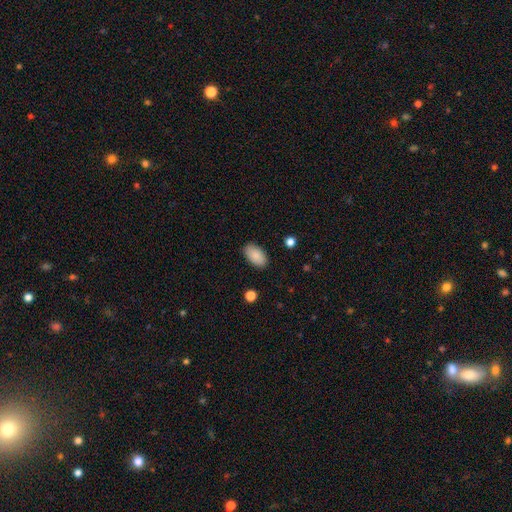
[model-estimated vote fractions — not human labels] Smooth or featured: smooth — 89% (star or artifact — 7%)
How rounded: in between — 95% (round — 4%)
Merging: none — 87% (minor disturbance — 10%)